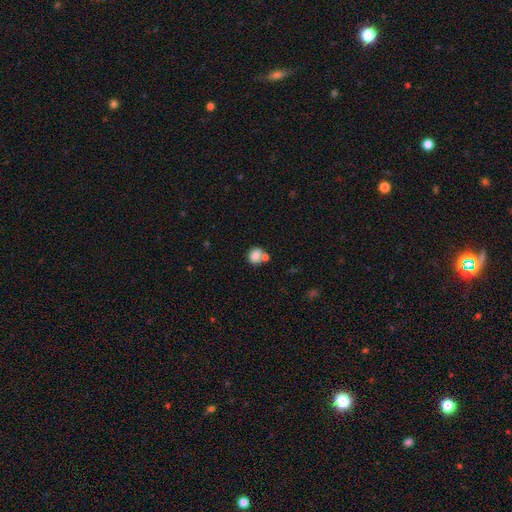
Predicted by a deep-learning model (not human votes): Overall: smooth (82%). How rounded: round (62%; in between 37%). Merging: none (47%; merger 34%).